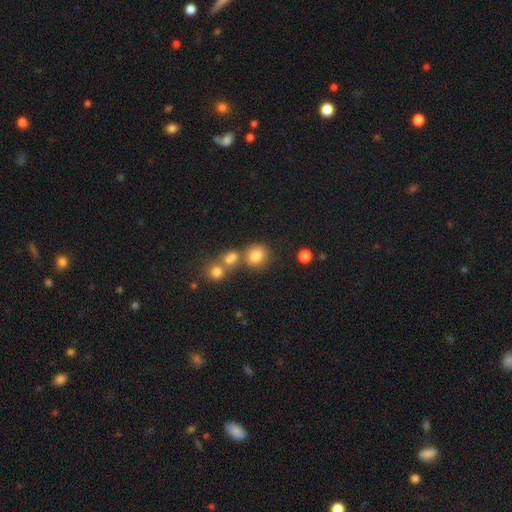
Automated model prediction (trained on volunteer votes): Morphology: type=smooth (79%); roundness=round (74%); merging=none (59%).